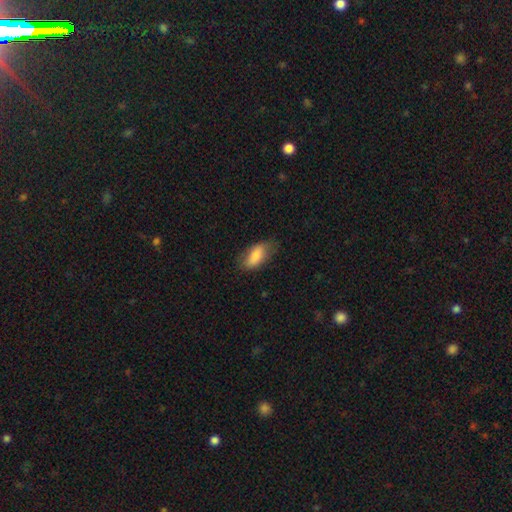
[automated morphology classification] The model was most divided on "merging": none: 68%, minor disturbance: 24%, major disturbance: 7%, merger: 1%. More confident: how rounded — in between (87%); smooth or featured — smooth (81%).